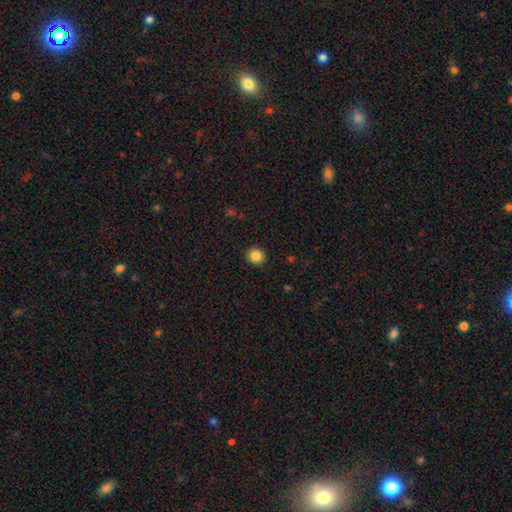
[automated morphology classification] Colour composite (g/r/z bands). It shows a smooth galaxy with no disk features (85%) that is round (84%). Merging: none (92%).